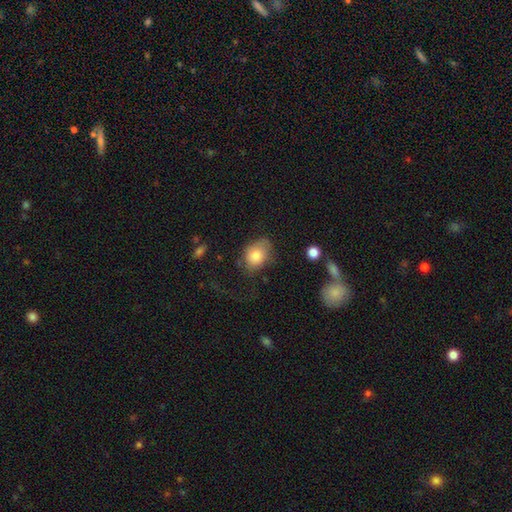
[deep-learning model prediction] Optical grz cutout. It shows a smooth galaxy with no disk features (80%) that is in between round and cigar-shaped (68%). Merging: none (51%).